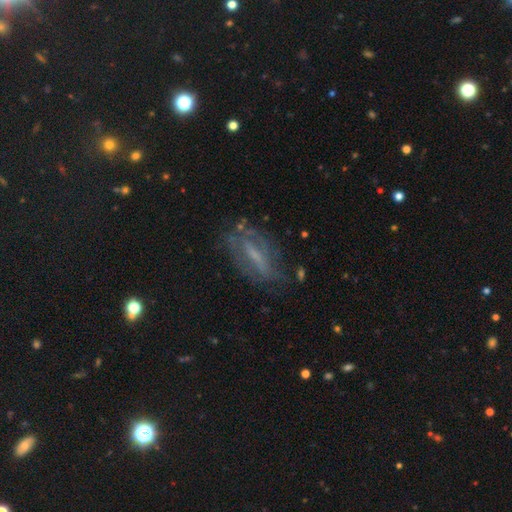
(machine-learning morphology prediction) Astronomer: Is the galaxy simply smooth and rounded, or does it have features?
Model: featured or disk — 63%.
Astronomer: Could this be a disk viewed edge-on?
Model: no — 77%.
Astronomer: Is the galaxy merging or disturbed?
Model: none — 67%.